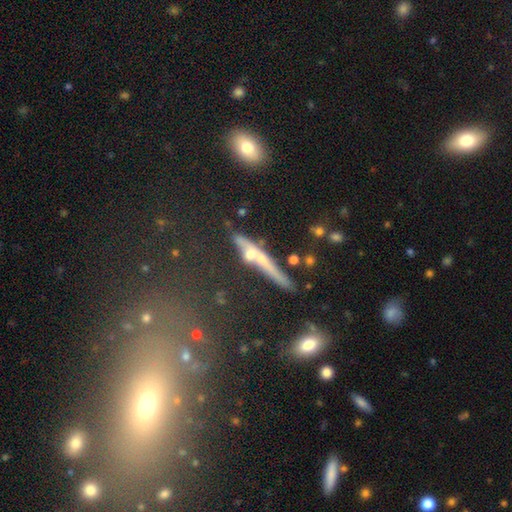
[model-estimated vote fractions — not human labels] smooth_or_featured: featured or disk (p=0.47) [alt: smooth p=0.38]
merging: none (p=0.54) [alt: minor disturbance p=0.18]